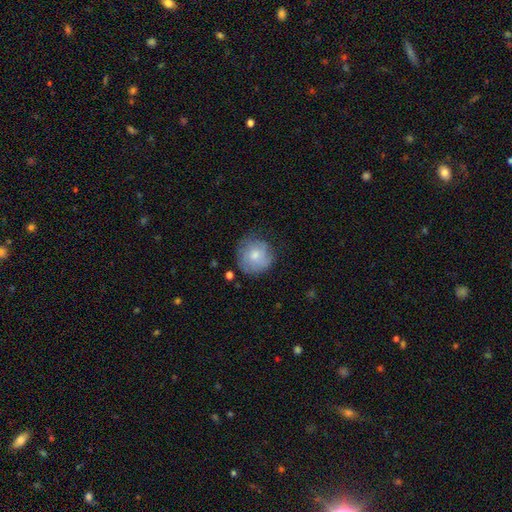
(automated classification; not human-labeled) A smooth galaxy with no disk features (63%) that is round (92%).

Vote fractions:
- Smooth or featured? smooth: 63% / featured or disk: 29% / star or artifact: 7%
- How rounded? round: 92% / in between: 7% / cigar-shaped: 1%
- Merging? none: 72% / minor disturbance: 19% / major disturbance: 7% / merger: 2%